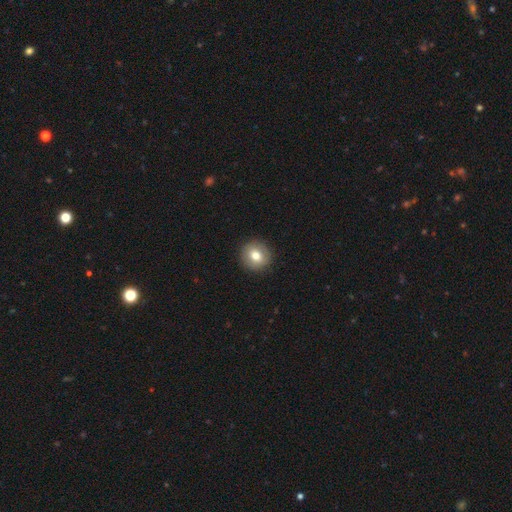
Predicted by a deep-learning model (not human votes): Smooth or featured?
  - smooth: 76% *
  - featured or disk: 16%
  - star or artifact: 9%
How rounded?
  - round: 92% *
  - in between: 7%
  - cigar-shaped: 1%
Merging?
  - none: 91% *
  - minor disturbance: 6%
  - major disturbance: 2%
  - merger: 1%